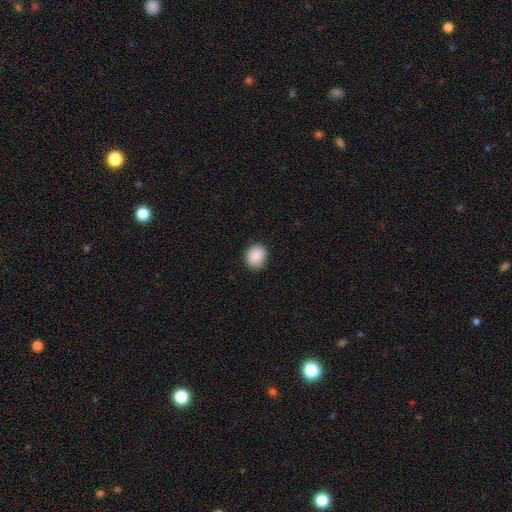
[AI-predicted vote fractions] Q: Smooth or featured?
A: smooth (89%); runner-up: star or artifact (8%)
Q: How rounded?
A: round (74%); runner-up: in between (25%)
Q: Merging?
A: none (86%); runner-up: minor disturbance (10%)